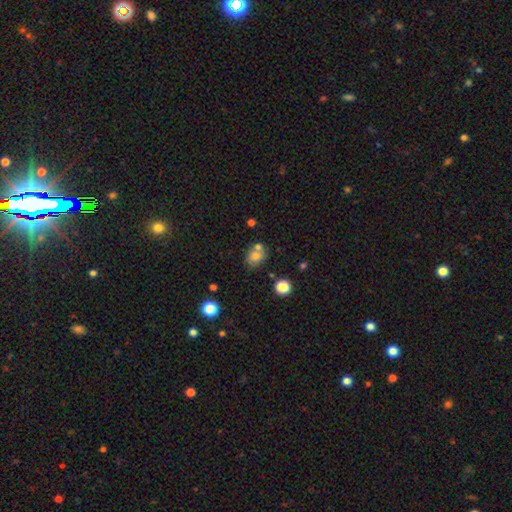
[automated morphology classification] Smooth or featured?
  - smooth: 72% *
  - featured or disk: 15%
  - star or artifact: 13%
How rounded?
  - round: 51% *
  - in between: 48%
  - cigar-shaped: 1%
Merging?
  - none: 59% *
  - merger: 24%
  - minor disturbance: 13%
  - major disturbance: 4%